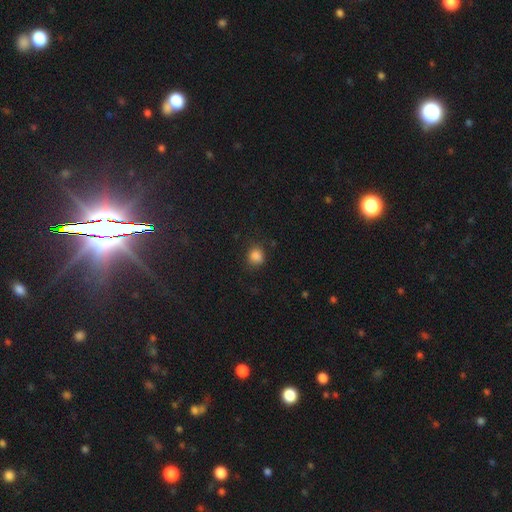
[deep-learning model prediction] Smooth or featured? Predicted: smooth (p=0.84). How rounded? Predicted: round (p=0.74). Merging? Predicted: none (p=0.77).